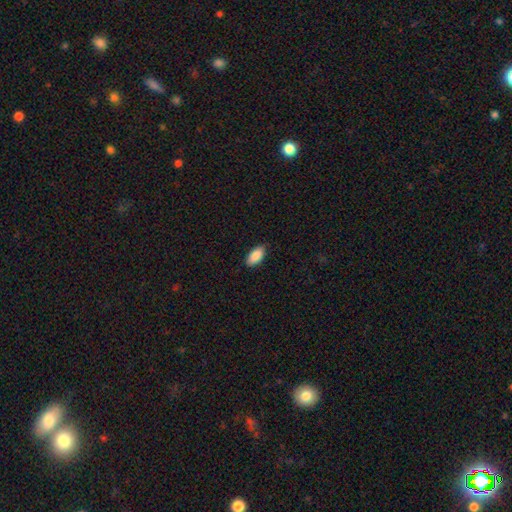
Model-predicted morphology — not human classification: type=smooth (89%); roundness=in between (93%); merging=none (84%).